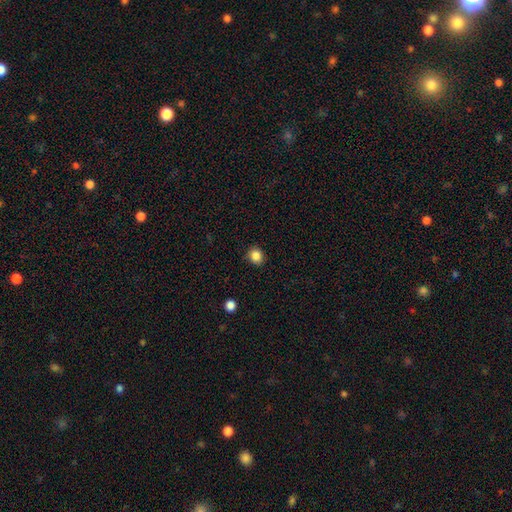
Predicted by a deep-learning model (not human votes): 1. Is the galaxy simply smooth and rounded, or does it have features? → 85% smooth, 11% star or artifact, 4% featured or disk.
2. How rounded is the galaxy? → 80% round, 20% in between, 1% cigar-shaped.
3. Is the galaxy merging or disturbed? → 89% none, 8% minor disturbance, 2% major disturbance, 1% merger.